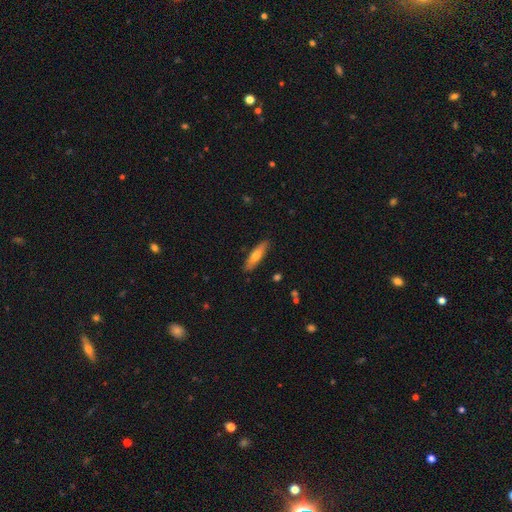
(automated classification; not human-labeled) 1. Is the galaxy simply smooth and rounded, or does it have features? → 65% smooth, 29% featured or disk, 6% star or artifact.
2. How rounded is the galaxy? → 66% cigar-shaped, 32% in between, 2% round.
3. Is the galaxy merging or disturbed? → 88% none, 9% minor disturbance, 2% major disturbance, 1% merger.